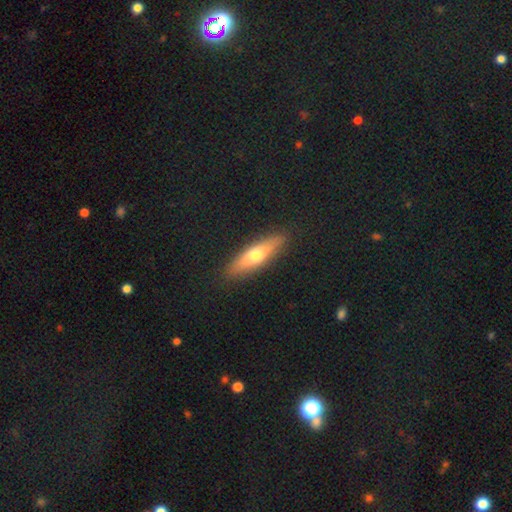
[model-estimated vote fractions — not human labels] smooth_or_featured: smooth (p=0.56) [alt: featured or disk p=0.38]
how_rounded: cigar-shaped (p=0.68) [alt: in between p=0.29]
merging: none (p=0.89) [alt: minor disturbance p=0.08]